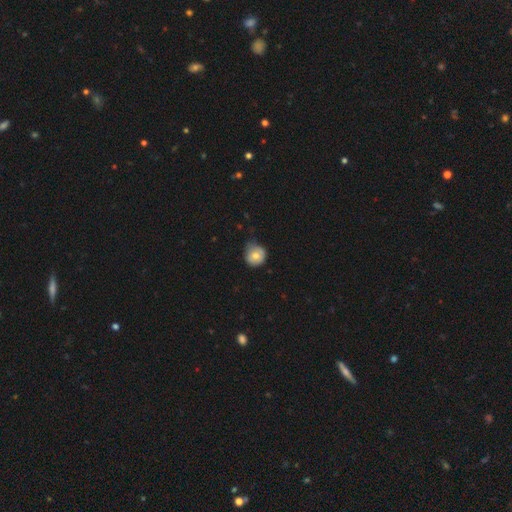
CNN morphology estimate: Overall: smooth (72%). How rounded: round (88%). Merging: none (55%; minor disturbance 36%).